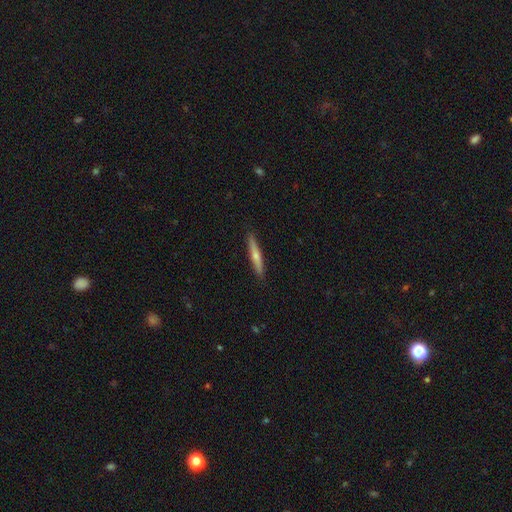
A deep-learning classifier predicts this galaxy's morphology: Smooth or featured? Predicted: featured or disk (p=0.54). Edge-on disk? Predicted: yes (p=0.96). Edge-on bulge? Predicted: rounded (p=0.76). Merging? Predicted: none (p=0.90).